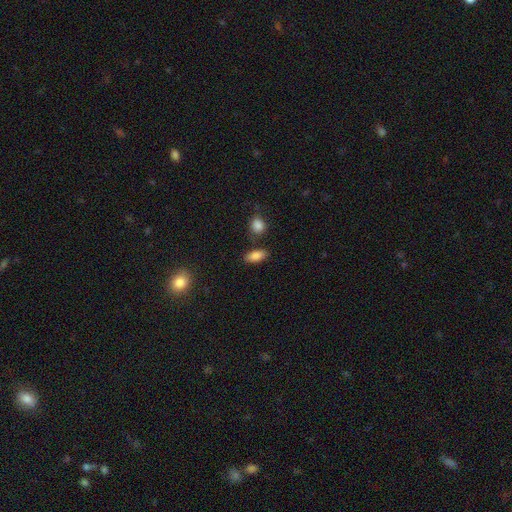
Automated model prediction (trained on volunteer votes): smooth-or-featured: smooth: 84% | star or artifact: 8% | featured or disk: 8%
  how-rounded: in between: 86% | cigar-shaped: 10% | round: 4%
  merging: none: 80% | minor disturbance: 11% | merger: 6% | major disturbance: 3%